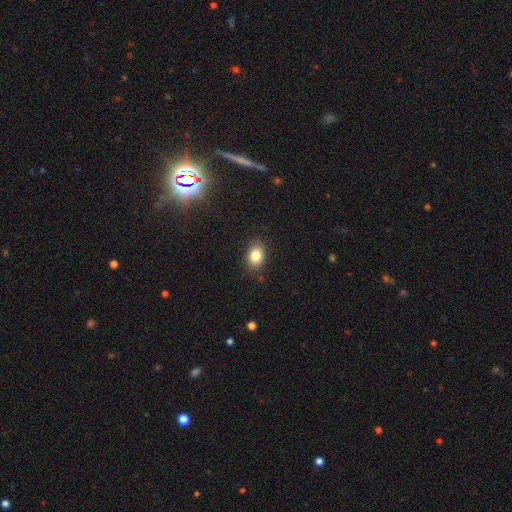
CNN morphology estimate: smooth-or-featured: smooth: 83% | star or artifact: 9% | featured or disk: 7%
  how-rounded: in between: 76% | round: 23% | cigar-shaped: 1%
  merging: none: 87% | minor disturbance: 10% | major disturbance: 2% | merger: 1%